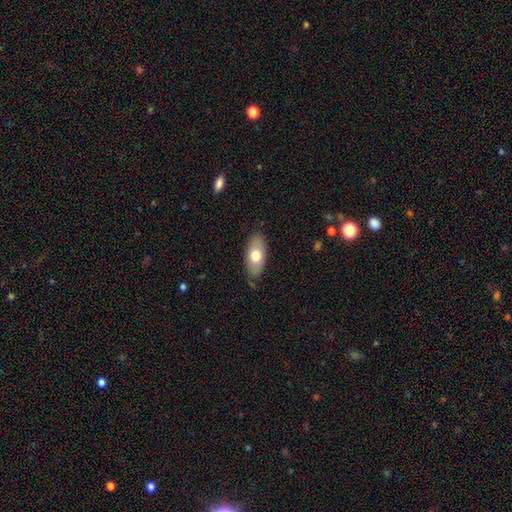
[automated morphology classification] smooth 69%, featured or disk 25%, star or artifact 6%. Down the decision tree: how rounded — in between (88%); merging — none (80%).